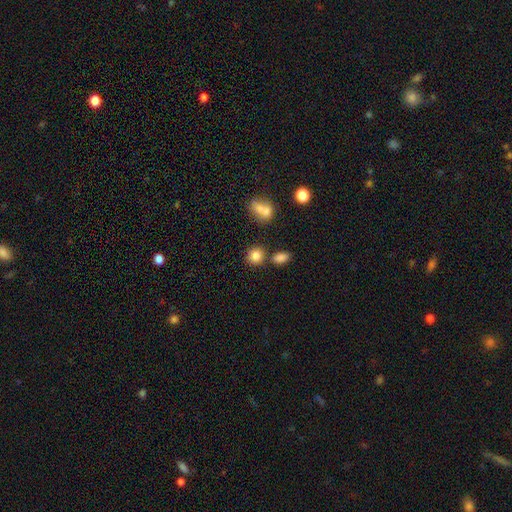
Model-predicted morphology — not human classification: A smooth galaxy with no disk features (83%) that is round (79%). Merging: none (73%).